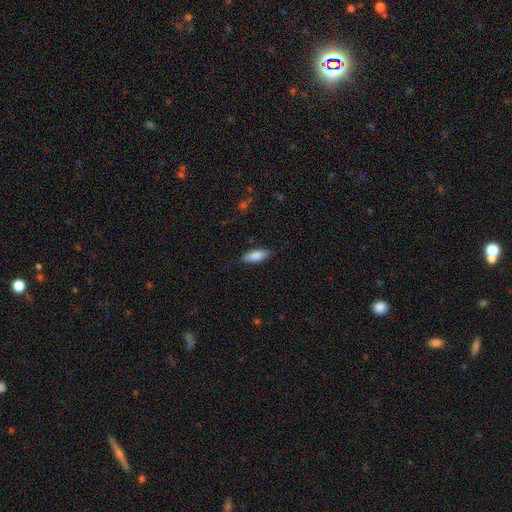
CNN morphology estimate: A smooth galaxy with no disk features (81%) that is in between round and cigar-shaped (70%).

Vote fractions:
- Smooth or featured? smooth: 81% / featured or disk: 13% / star or artifact: 6%
- How rounded? in between: 70% / cigar-shaped: 28% / round: 2%
- Merging? none: 82% / minor disturbance: 14% / major disturbance: 3% / merger: 1%